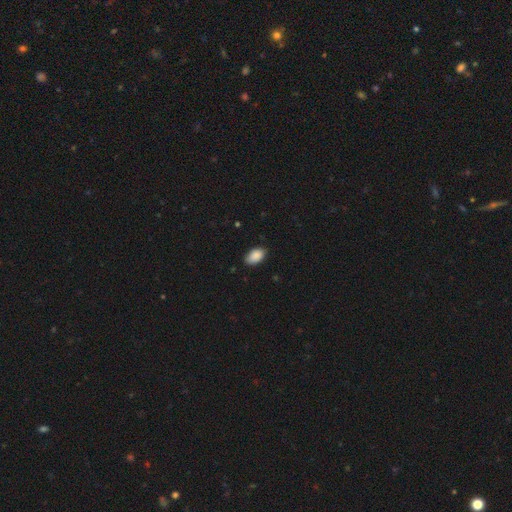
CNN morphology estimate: This appears to be a smooth galaxy with no disk features (89%) that is in between round and cigar-shaped (93%). Merging: none (83%).